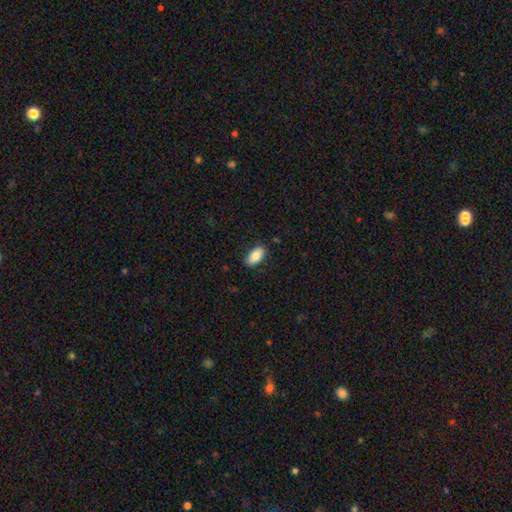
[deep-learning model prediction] smooth_or_featured: smooth (p=0.82) [alt: featured or disk p=0.11]
how_rounded: in between (p=0.94) [alt: round p=0.04]
merging: none (p=0.86) [alt: minor disturbance p=0.11]